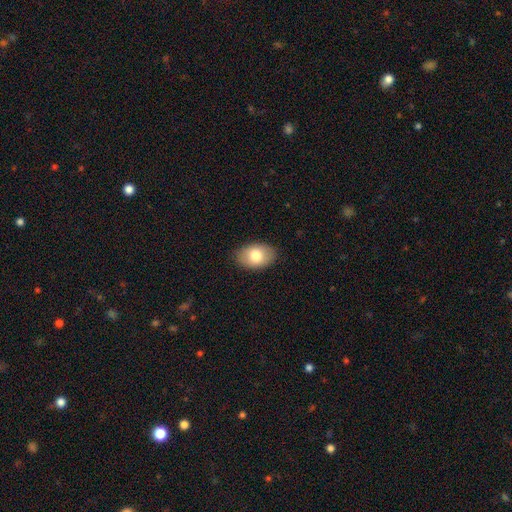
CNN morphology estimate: The model was most divided on "smooth or featured": smooth: 78%, featured or disk: 14%, star or artifact: 7%. More confident: how rounded — in between (88%); merging — none (86%).